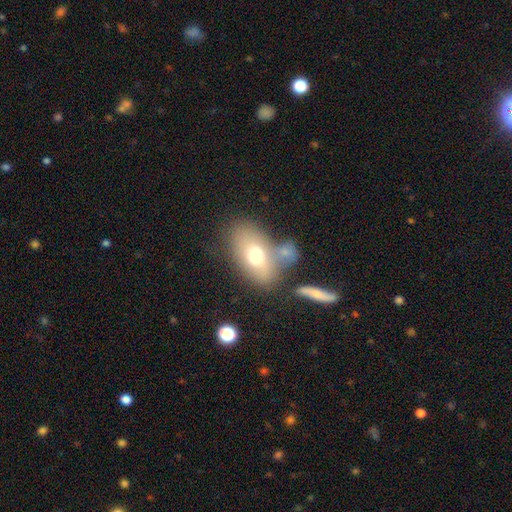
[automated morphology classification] A smooth galaxy with no disk features (68%) that is in between round and cigar-shaped (87%).

Vote fractions:
- Smooth or featured? smooth: 68% / featured or disk: 23% / star or artifact: 9%
- How rounded? in between: 87% / round: 10% / cigar-shaped: 3%
- Merging? none: 52% / merger: 21% / minor disturbance: 17% / major disturbance: 9%